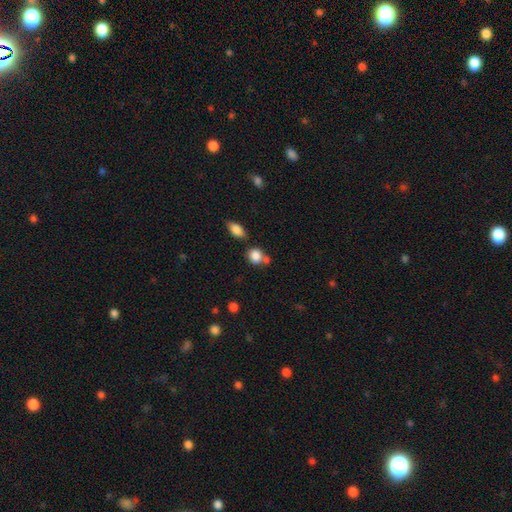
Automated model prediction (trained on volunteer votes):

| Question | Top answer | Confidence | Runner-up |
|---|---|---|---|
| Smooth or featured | smooth | 84% | star or artifact (10%) |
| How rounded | round | 74% | in between (24%) |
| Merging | none | 58% | merger (24%) |